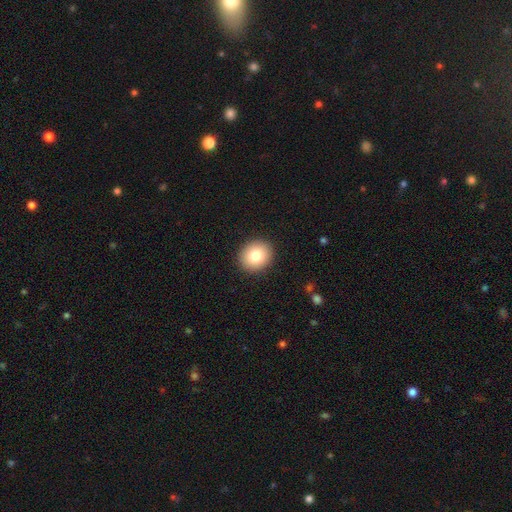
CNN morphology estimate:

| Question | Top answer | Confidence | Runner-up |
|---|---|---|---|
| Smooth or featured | smooth | 81% | featured or disk (10%) |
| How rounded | round | 77% | in between (22%) |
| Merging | none | 91% | minor disturbance (6%) |